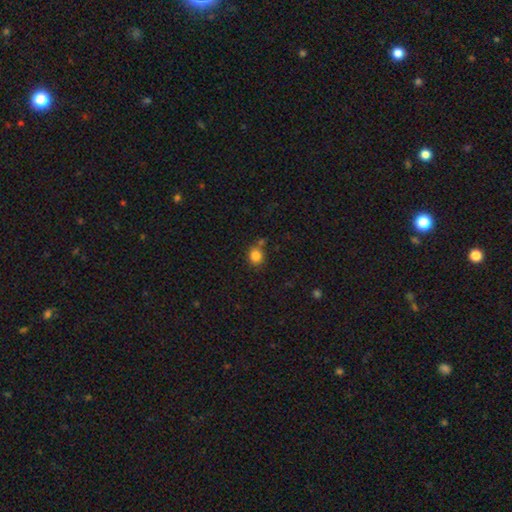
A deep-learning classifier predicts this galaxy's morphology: smooth 84%, star or artifact 11%, featured or disk 5%. Down the decision tree: how rounded — round (77%); merging — none (71%).